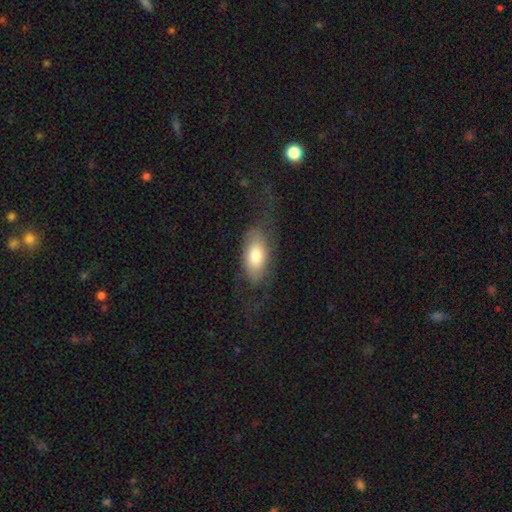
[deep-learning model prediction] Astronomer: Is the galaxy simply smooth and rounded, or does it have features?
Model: smooth — 63%.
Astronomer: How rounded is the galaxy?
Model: in between — 90%.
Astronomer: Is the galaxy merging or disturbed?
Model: none — 56%.